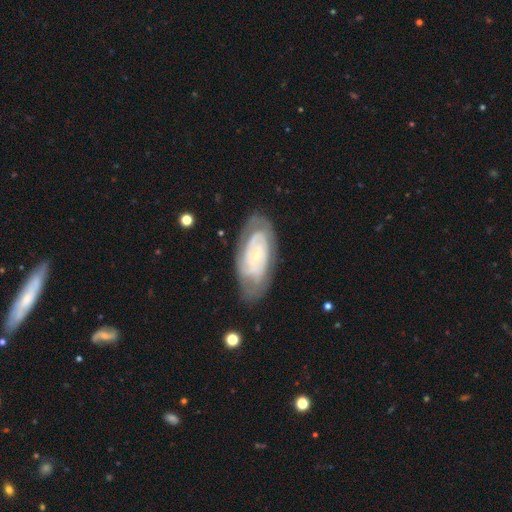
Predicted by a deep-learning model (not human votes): Smooth or featured?
  - featured or disk: 78% *
  - smooth: 16%
  - star or artifact: 6%
Edge-on disk?
  - no: 94% *
  - yes: 6%
Bar?
  - no: 74% *
  - weak: 20%
  - strong: 6%
Spiral arms?
  - yes: 90% *
  - no: 10%
Spiral winding?
  - tight: 72% *
  - medium: 22%
  - loose: 6%
Spiral arm count?
  - can't tell: 41% *
  - 2: 34%
  - 3: 11%
  - 4: 5%
  - 1: 5%
  - more than 4: 4%
Bulge size?
  - small: 83% *
  - moderate: 10%
  - none: 4%
  - large: 1%
  - dominant: 1%
Merging?
  - none: 70% *
  - minor disturbance: 20%
  - major disturbance: 8%
  - merger: 2%